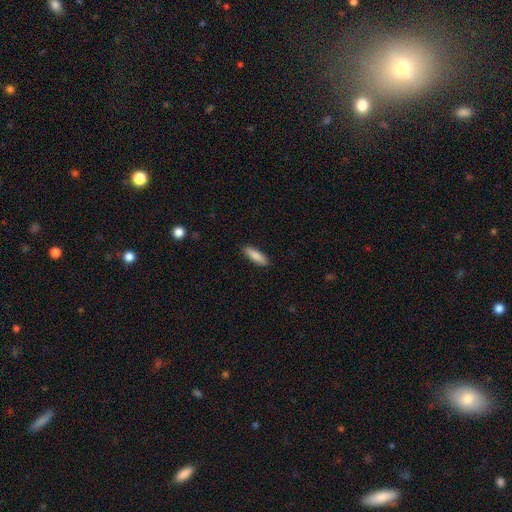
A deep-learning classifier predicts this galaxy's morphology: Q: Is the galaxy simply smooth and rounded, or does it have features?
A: smooth — 86%.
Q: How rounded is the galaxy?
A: cigar-shaped — 54%.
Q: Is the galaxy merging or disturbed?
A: none — 89%.